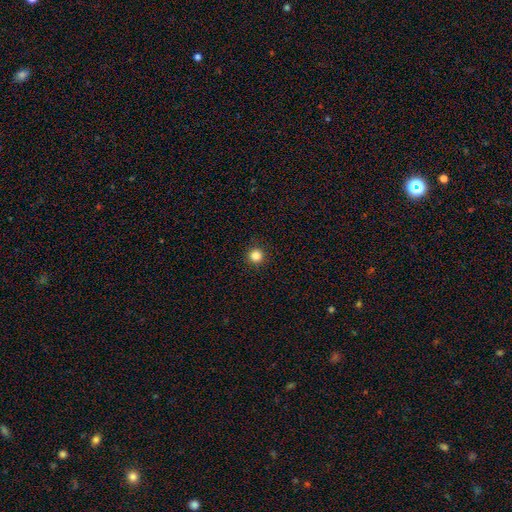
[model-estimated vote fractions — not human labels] Q: Smooth or featured?
A: smooth (84%); runner-up: star or artifact (12%)
Q: How rounded?
A: round (96%); runner-up: in between (3%)
Q: Merging?
A: none (93%); runner-up: minor disturbance (4%)